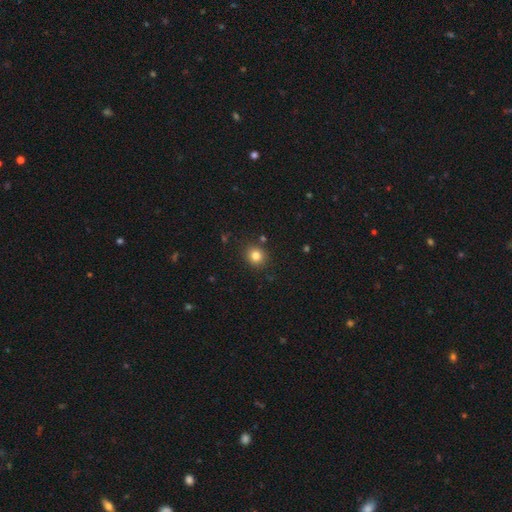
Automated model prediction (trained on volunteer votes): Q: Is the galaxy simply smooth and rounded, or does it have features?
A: smooth — 82%.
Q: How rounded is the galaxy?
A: round — 83%.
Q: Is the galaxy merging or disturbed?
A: none — 87%.